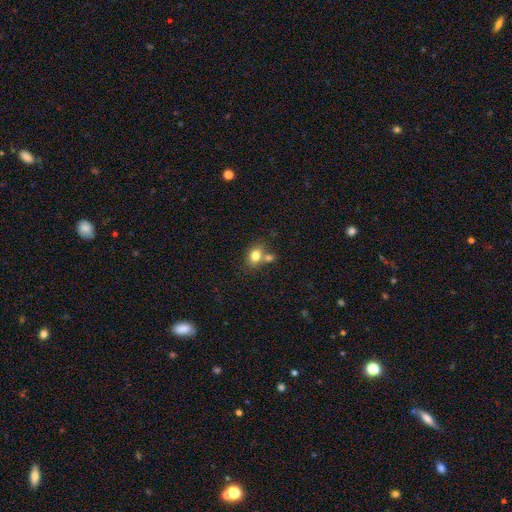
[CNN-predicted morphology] Q: Smooth or featured?
A: smooth (79%); runner-up: featured or disk (10%)
Q: How rounded?
A: in between (57%); runner-up: round (42%)
Q: Merging?
A: none (50%); runner-up: merger (34%)